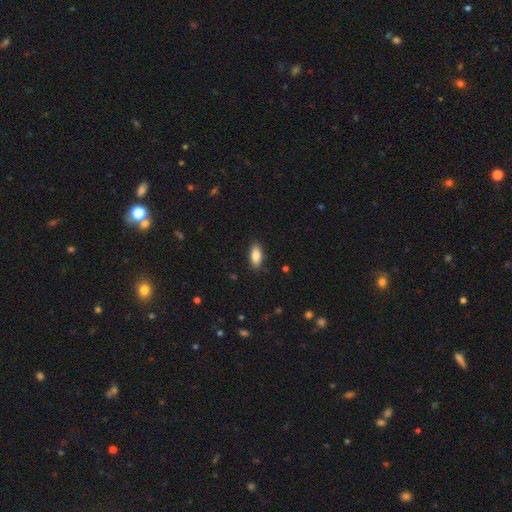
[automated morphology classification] Q: Smooth or featured?
A: smooth (85%); runner-up: featured or disk (8%)
Q: How rounded?
A: in between (86%); runner-up: cigar-shaped (12%)
Q: Merging?
A: none (88%); runner-up: minor disturbance (9%)